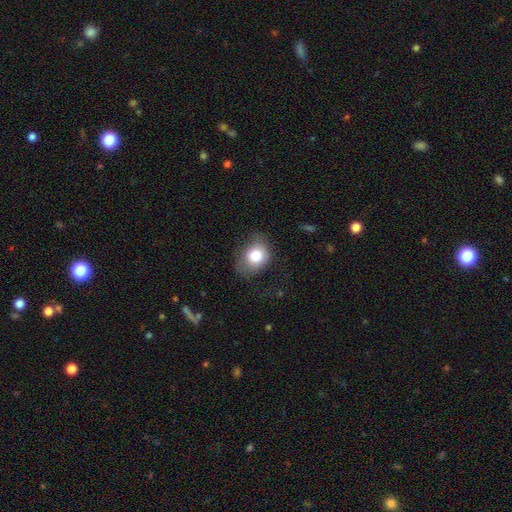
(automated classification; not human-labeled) The model was most divided on "how rounded": round: 52%, in between: 47%, cigar-shaped: 1%. More confident: smooth or featured — smooth (78%); merging — none (60%).